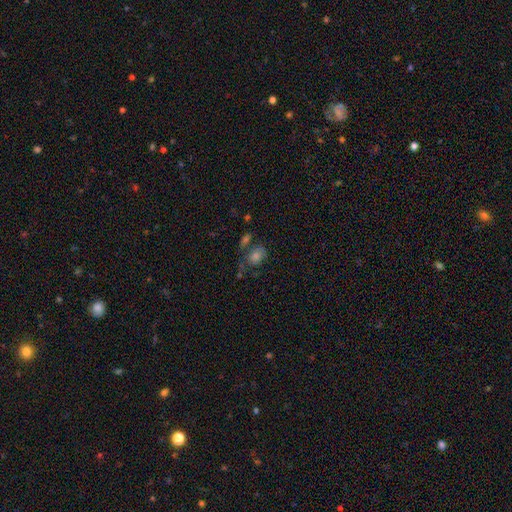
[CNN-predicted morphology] This is possibly a smooth galaxy (55%). How rounded: likely in between (72%). Merging: possibly none (51%).